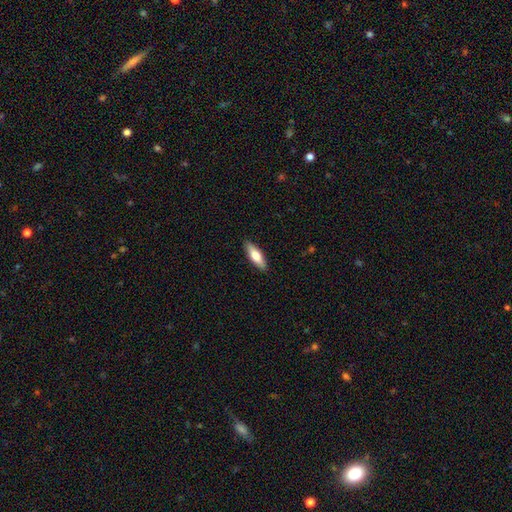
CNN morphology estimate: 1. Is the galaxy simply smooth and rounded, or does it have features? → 65% smooth, 30% featured or disk, 6% star or artifact.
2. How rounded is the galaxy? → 51% in between, 47% cigar-shaped, 2% round.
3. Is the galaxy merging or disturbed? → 89% none, 8% minor disturbance, 2% major disturbance, 1% merger.